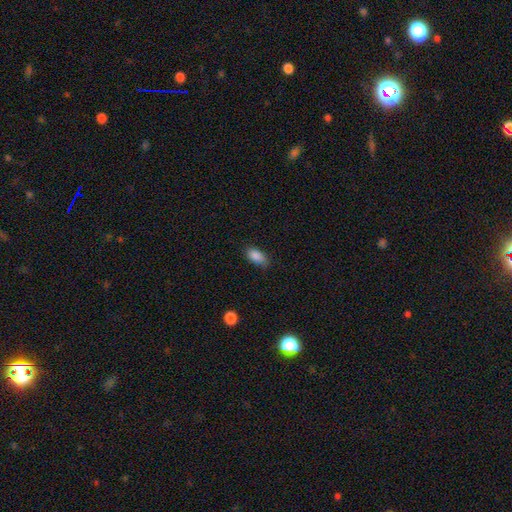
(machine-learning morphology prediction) Smooth or featured? smooth (88%)
How rounded? in between (90%)
Merging? none (77%)